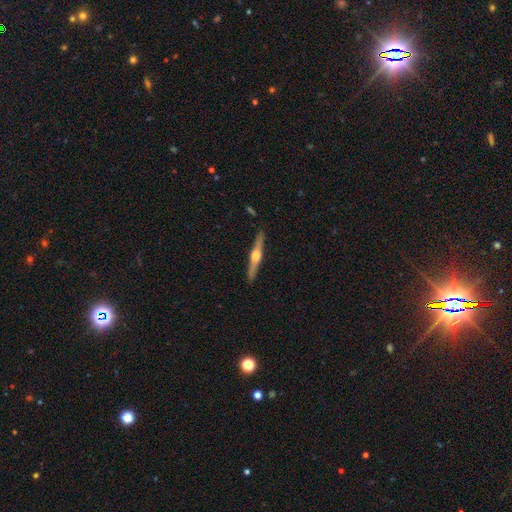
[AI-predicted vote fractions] A featured or disk galaxy (78%) viewed edge-on (98%) with a rounded central bulge (91%). Merging: none (91%).